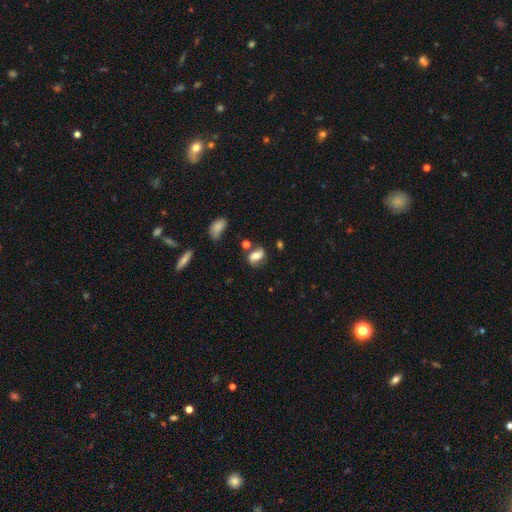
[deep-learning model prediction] Smooth or featured? Predicted: featured or disk (p=0.49). Merging? Predicted: none (p=0.62).